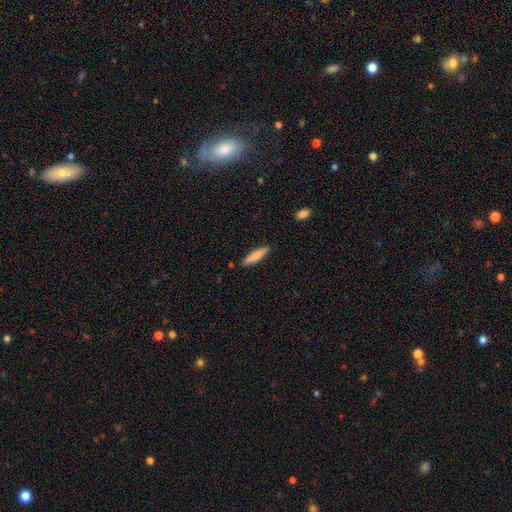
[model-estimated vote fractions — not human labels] smooth 74%, featured or disk 20%, star or artifact 6%. Down the decision tree: how rounded — cigar-shaped (86%); merging — none (89%).